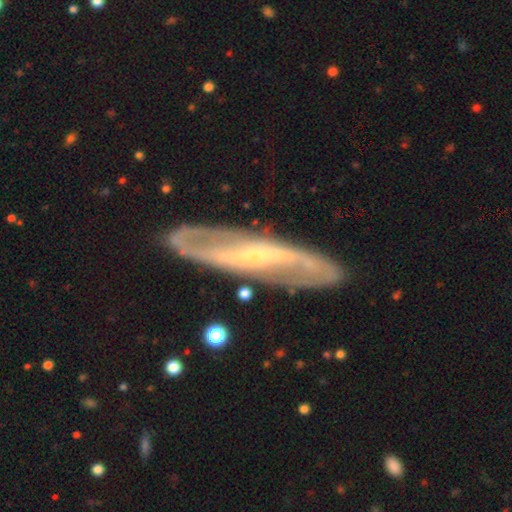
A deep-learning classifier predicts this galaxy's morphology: Overall: featured or disk (86%). Edge-on disk: no (78%). Bar: strong (52%; weak 31%). Spiral arms: yes (92%). Spiral arm count: 2 (90%). Spiral winding: loose (42%; medium 40%). Bulge size: small (64%). Merging: none (82%).